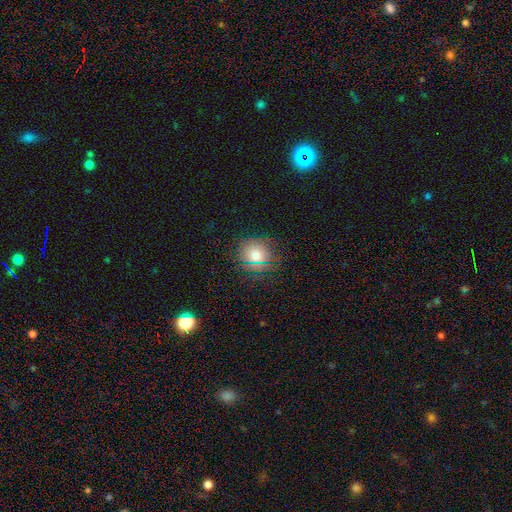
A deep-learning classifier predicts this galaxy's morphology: smooth 73%, star or artifact 17%, featured or disk 10%. Down the decision tree: how rounded — round (90%); merging — none (85%).